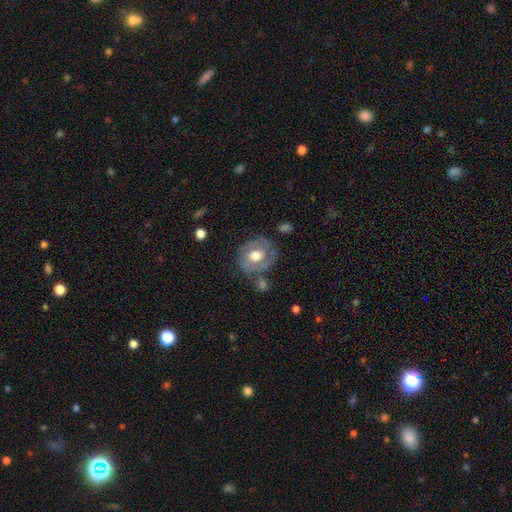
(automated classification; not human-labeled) Smooth or featured: featured or disk — 58% (smooth — 36%)
Edge-on disk: no — 96% (yes — 4%)
Bar: no — 63% (weak — 29%)
Spiral arms: yes — 56% (no — 44%)
Bulge size: moderate — 63% (large — 29%)
Merging: none — 61% (minor disturbance — 22%)